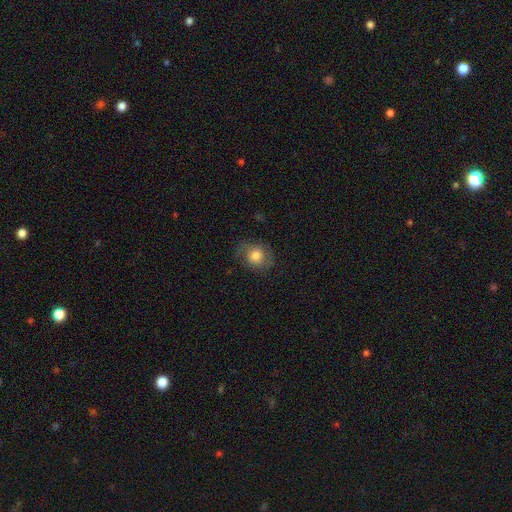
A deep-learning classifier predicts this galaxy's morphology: Smooth or featured?
  - smooth: 54% *
  - featured or disk: 37%
  - star or artifact: 9%
How rounded?
  - round: 69% *
  - in between: 30%
  - cigar-shaped: 1%
Merging?
  - none: 69% *
  - minor disturbance: 19%
  - major disturbance: 11%
  - merger: 1%